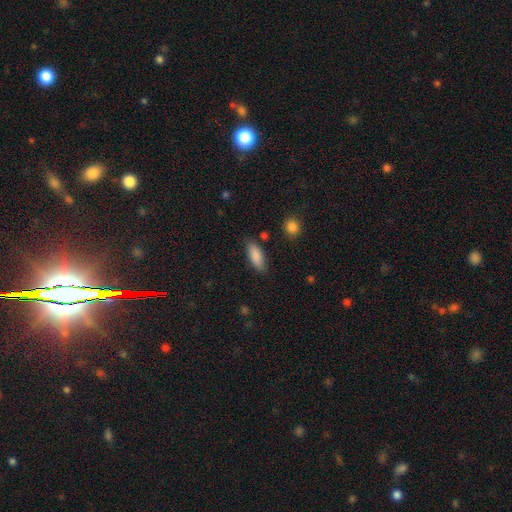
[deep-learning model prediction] Smooth or featured? Predicted: smooth (p=0.87). How rounded? Predicted: in between (p=0.78). Merging? Predicted: none (p=0.81).